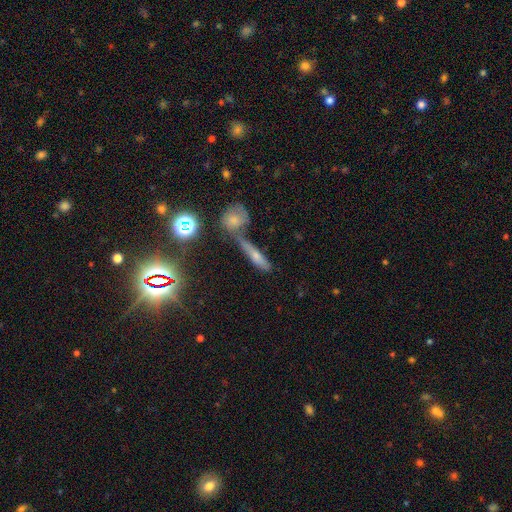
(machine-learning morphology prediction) Q: Smooth or featured?
A: smooth (53%); runner-up: featured or disk (28%)
Q: How rounded?
A: cigar-shaped (67%); runner-up: in between (24%)
Q: Merging?
A: none (51%); runner-up: merger (30%)